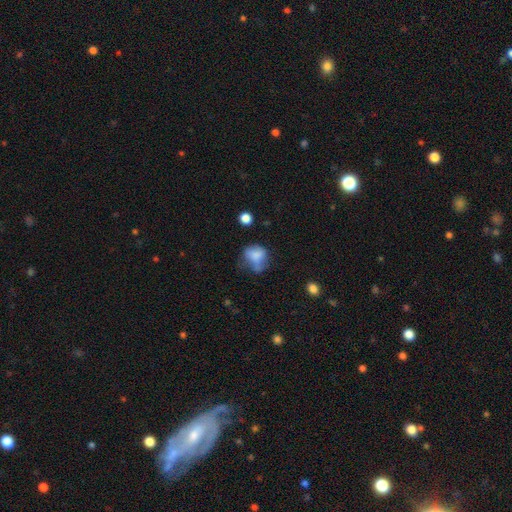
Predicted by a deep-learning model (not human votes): smooth-or-featured: smooth: 71% | featured or disk: 19% | star or artifact: 11%
  how-rounded: round: 53% | in between: 46% | cigar-shaped: 1%
  merging: none: 34% | minor disturbance: 31% | major disturbance: 25% | merger: 10%